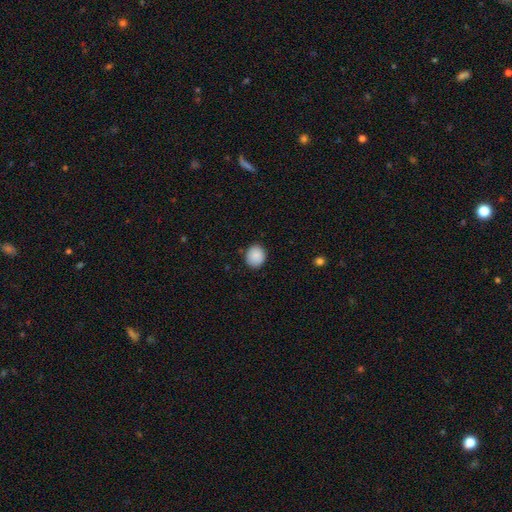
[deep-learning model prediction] Smooth or featured? Predicted: smooth (p=0.89). How rounded? Predicted: round (p=0.79). Merging? Predicted: none (p=0.87).